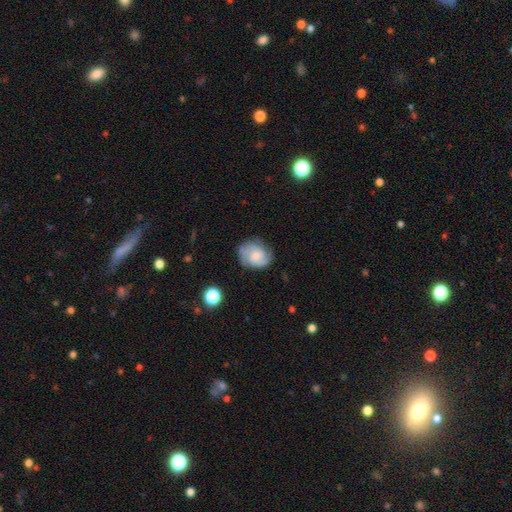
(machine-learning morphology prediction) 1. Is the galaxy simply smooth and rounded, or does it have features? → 54% featured or disk, 38% smooth, 8% star or artifact.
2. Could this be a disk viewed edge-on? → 97% no, 3% yes.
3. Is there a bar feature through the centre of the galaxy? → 62% no, 33% weak, 5% strong.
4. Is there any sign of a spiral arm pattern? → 87% yes, 13% no.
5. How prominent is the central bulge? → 33% moderate (tied), 33% small (tied), 21% none, 11% large, 2% dominant.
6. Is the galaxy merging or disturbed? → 67% none, 23% minor disturbance, 9% major disturbance, 2% merger.